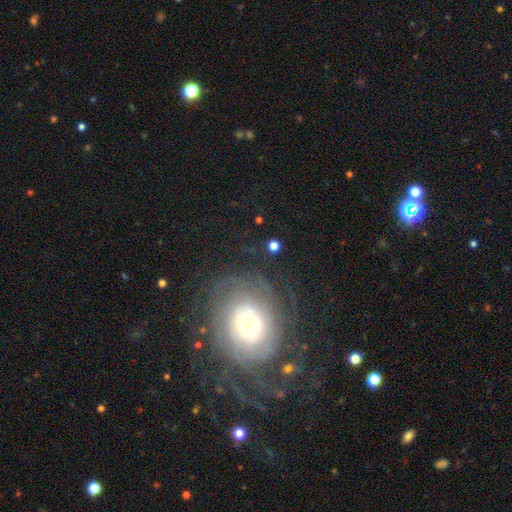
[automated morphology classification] featured or disk 68%, smooth 18%, star or artifact 14%. Down the decision tree: edge-on disk — no (97%); bar — no (73%); spiral arms — yes (87%); spiral arm count — can't tell (47%); spiral winding — tight (72%); bulge size — moderate (46%); merging — none (76%).